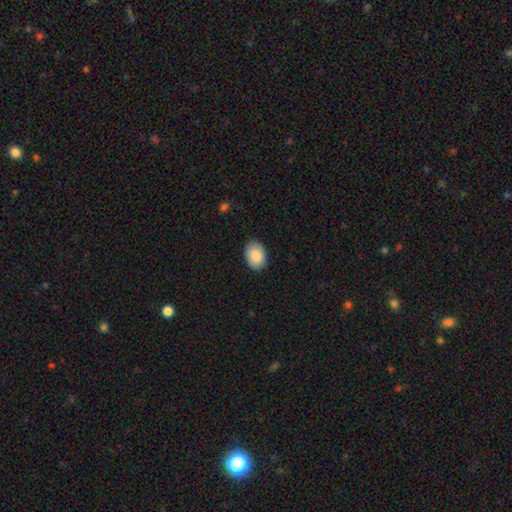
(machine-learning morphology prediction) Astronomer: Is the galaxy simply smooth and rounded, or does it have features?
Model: smooth — 88%.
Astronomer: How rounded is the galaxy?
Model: in between — 81%.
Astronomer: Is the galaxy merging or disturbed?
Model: none — 87%.